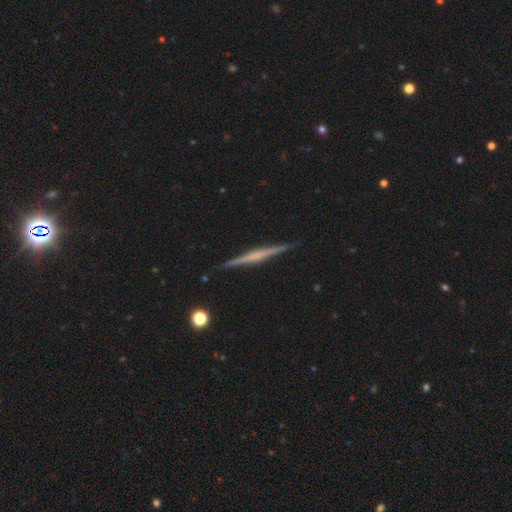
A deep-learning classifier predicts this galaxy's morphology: Overall: featured or disk (71%). Edge-on disk: yes (98%). Edge-on bulge: none (51%; rounded 29%). Merging: none (91%).